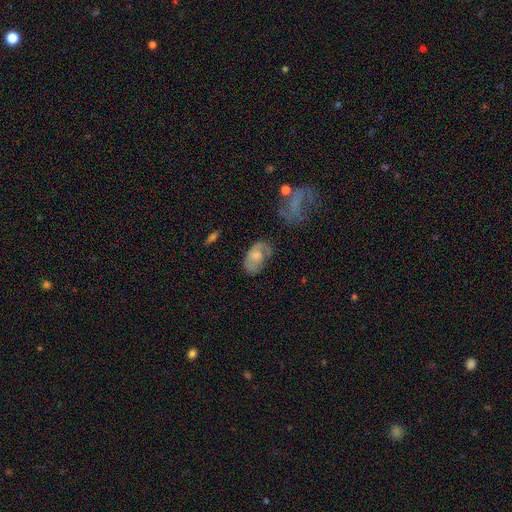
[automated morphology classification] The model was most divided on "smooth or featured": smooth: 52%, featured or disk: 41%, star or artifact: 8%. Remaining: how rounded — in between (89%); merging — none (49%).